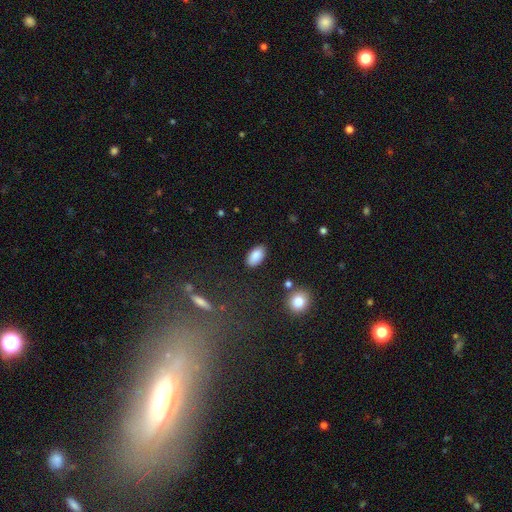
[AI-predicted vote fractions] smooth 87%, star or artifact 8%, featured or disk 5%. Down the decision tree: how rounded — in between (93%); merging — none (84%).